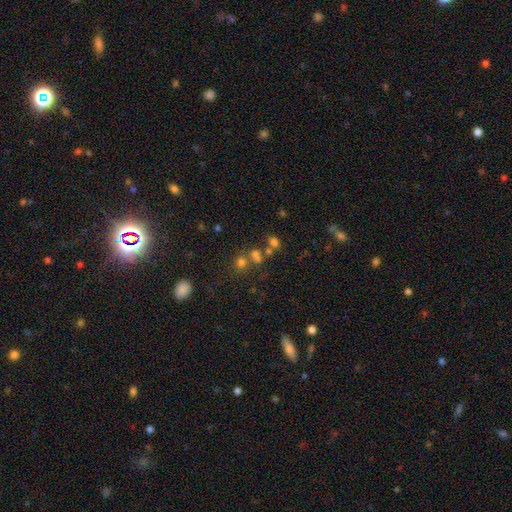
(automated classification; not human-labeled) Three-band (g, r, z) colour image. It shows a smooth galaxy with no disk features (58%) that is round (64%). Merging: none (52%).